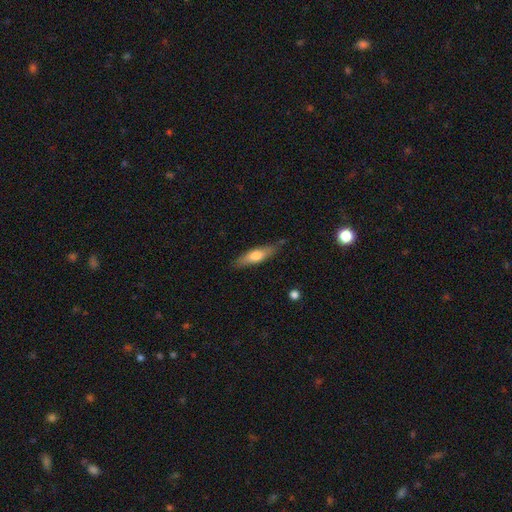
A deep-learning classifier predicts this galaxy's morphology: Smooth or featured: smooth — 61% (featured or disk — 33%)
How rounded: cigar-shaped — 65% (in between — 33%)
Merging: none — 80% (minor disturbance — 15%)